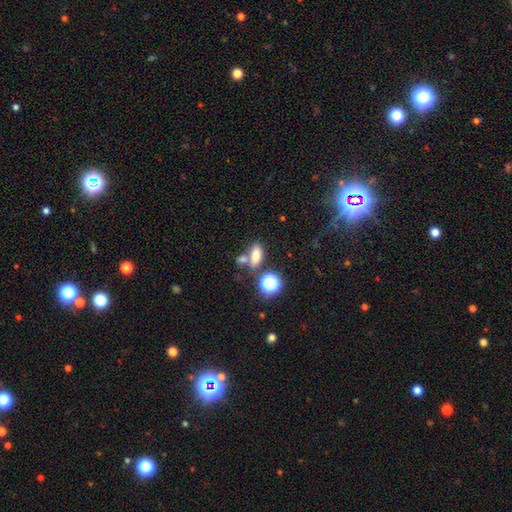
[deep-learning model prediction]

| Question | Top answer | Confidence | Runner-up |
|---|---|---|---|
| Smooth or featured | smooth | 76% | star or artifact (14%) |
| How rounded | in between | 77% | round (14%) |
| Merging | none | 58% | merger (27%) |